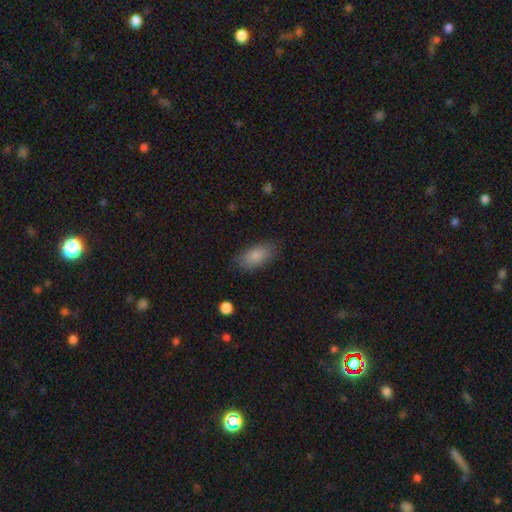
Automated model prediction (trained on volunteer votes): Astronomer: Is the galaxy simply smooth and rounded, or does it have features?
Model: smooth — 85%.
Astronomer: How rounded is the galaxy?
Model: in between — 89%.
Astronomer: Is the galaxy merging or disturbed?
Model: none — 80%.